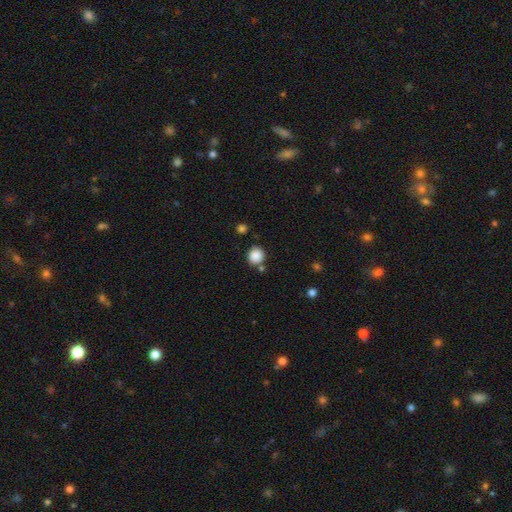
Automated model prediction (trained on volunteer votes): Smooth or featured?
  - smooth: 87% *
  - star or artifact: 10%
  - featured or disk: 3%
How rounded?
  - round: 87% *
  - in between: 12%
  - cigar-shaped: 1%
Merging?
  - none: 78% *
  - minor disturbance: 10%
  - merger: 8%
  - major disturbance: 3%